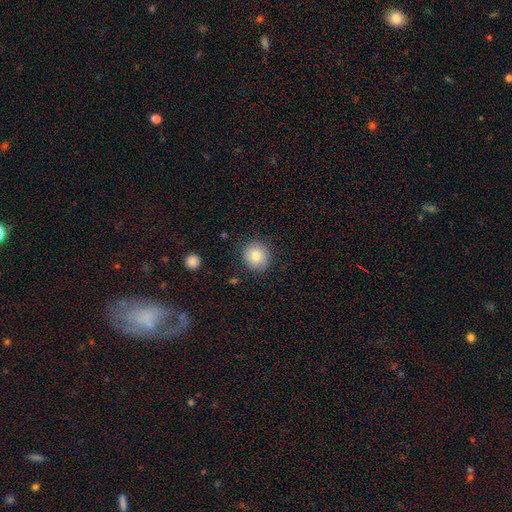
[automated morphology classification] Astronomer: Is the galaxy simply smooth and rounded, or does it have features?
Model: smooth — 83%.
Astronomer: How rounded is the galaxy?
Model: round — 88%.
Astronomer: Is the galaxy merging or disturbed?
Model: none — 85%.